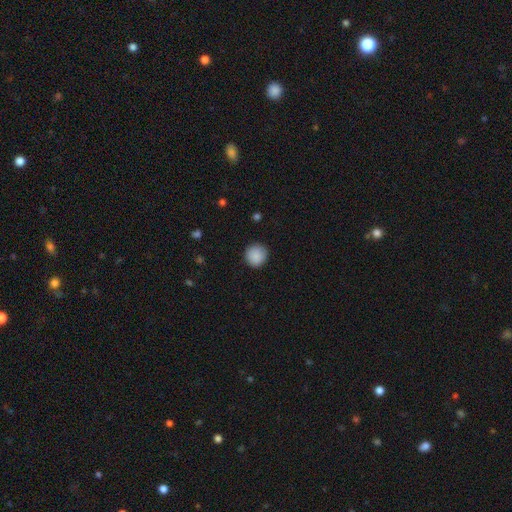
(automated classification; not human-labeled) A smooth galaxy with no disk features (89%) that is round (93%).

Vote fractions:
- Smooth or featured? smooth: 89% / star or artifact: 8% / featured or disk: 3%
- How rounded? round: 93% / in between: 6% / cigar-shaped: 1%
- Merging? none: 89% / minor disturbance: 7% / major disturbance: 2% / merger: 1%